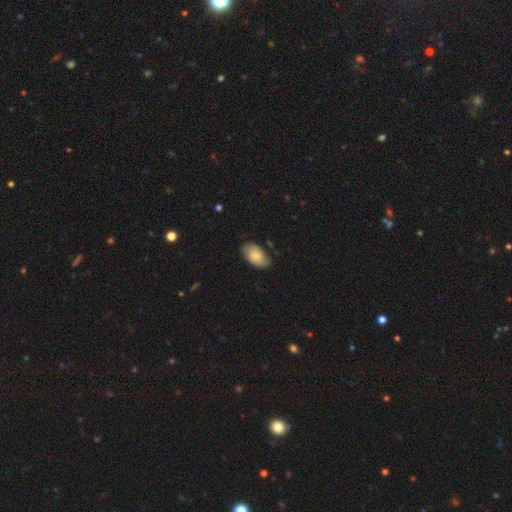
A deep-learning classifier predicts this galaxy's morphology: A smooth galaxy with no disk features (70%) that is in between round and cigar-shaped (93%). Merging: none (68%).